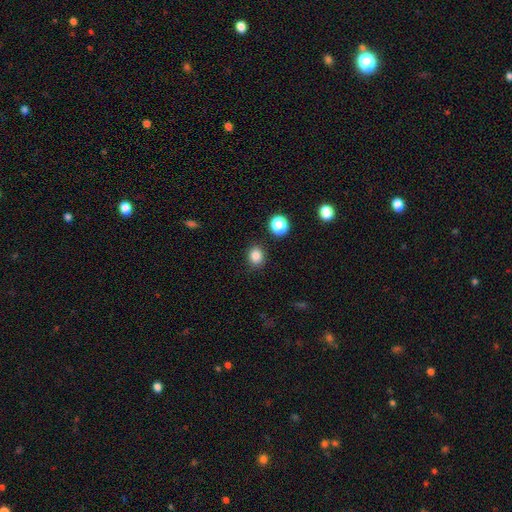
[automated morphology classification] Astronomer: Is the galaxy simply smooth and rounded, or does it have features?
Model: smooth — 85%.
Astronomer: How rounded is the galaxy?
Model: round — 67%.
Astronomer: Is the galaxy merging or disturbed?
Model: none — 87%.